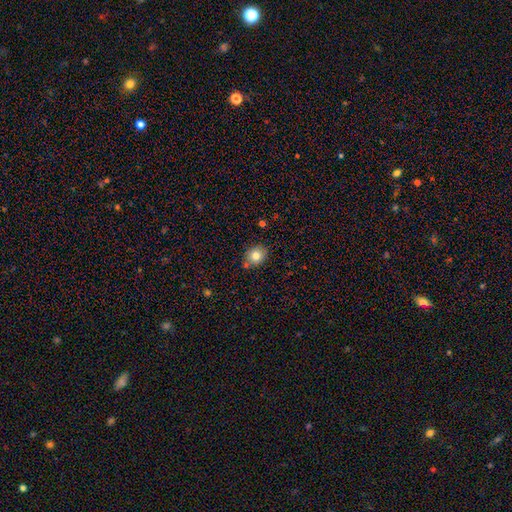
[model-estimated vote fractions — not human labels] The model was most divided on "how rounded": round: 57%, in between: 42%, cigar-shaped: 1%. More confident: smooth or featured — smooth (80%); merging — none (76%).